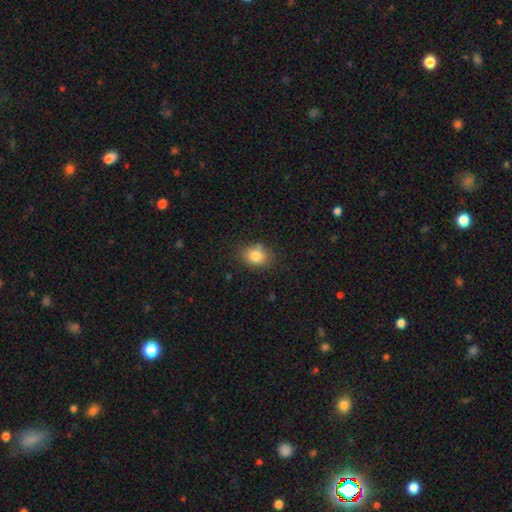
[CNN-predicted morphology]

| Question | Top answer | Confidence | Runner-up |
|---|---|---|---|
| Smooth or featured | smooth | 82% | star or artifact (10%) |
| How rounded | in between | 53% | round (46%) |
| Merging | none | 77% | minor disturbance (16%) |